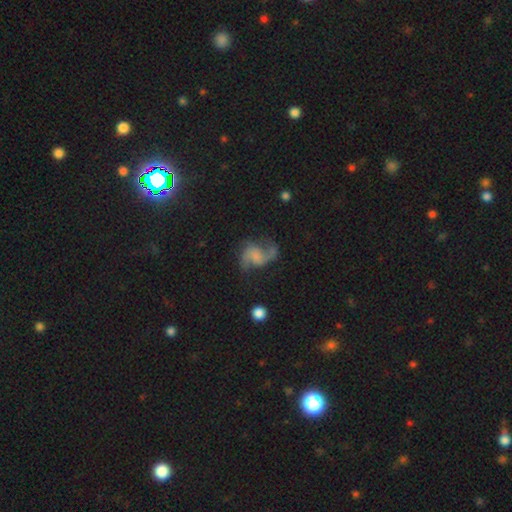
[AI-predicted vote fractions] A featured or disk galaxy (82%) with no bar (54%), 2 (91%) loose (63%) spiral arms (96%) and no central bulge (52%).

Vote fractions:
- Smooth or featured? featured or disk: 82% / smooth: 10% / star or artifact: 7%
- Edge-on disk? no: 98% / yes: 2%
- Bar? no: 54% / weak: 37% / strong: 9%
- Spiral arms? yes: 96% / no: 4%
- Spiral winding? loose: 63% / medium: 31% / tight: 6%
- Spiral arm count? 2: 91% / 1: 3% / can't tell: 2% / 3: 2% / 4: 1% / more than 4: 1%
- Bulge size? none: 52% / small: 25% / moderate: 15% / large: 6% / dominant: 2%
- Merging? none: 65% / minor disturbance: 18% / major disturbance: 14% / merger: 3%